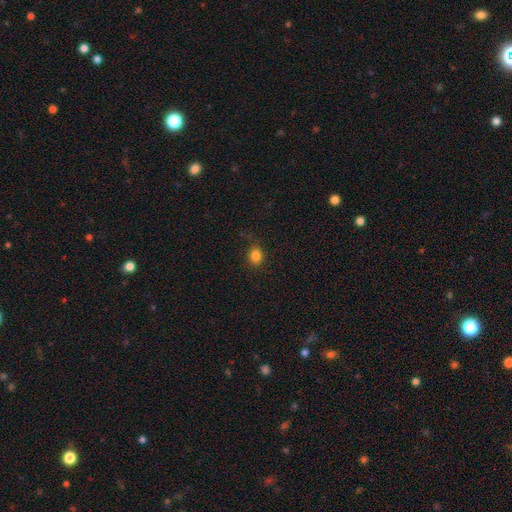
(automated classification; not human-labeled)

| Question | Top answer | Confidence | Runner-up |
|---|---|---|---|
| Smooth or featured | smooth | 83% | star or artifact (12%) |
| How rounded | round | 66% | in between (33%) |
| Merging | none | 84% | minor disturbance (11%) |